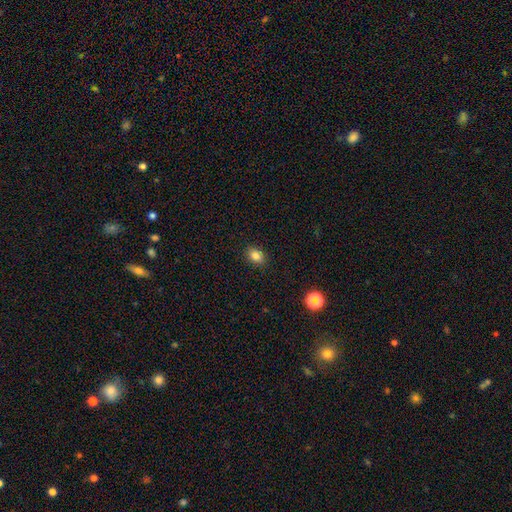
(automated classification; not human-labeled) Smooth or featured? smooth (83%)
How rounded? in between (71%)
Merging? none (88%)